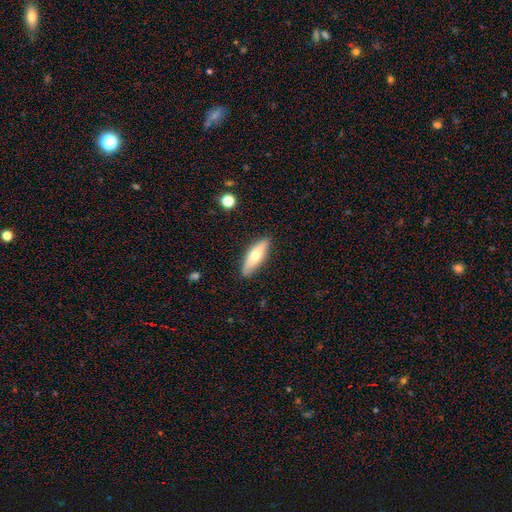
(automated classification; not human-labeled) Smooth or featured? Predicted: smooth (p=0.63). How rounded? Predicted: in between (p=0.54). Merging? Predicted: none (p=0.86).